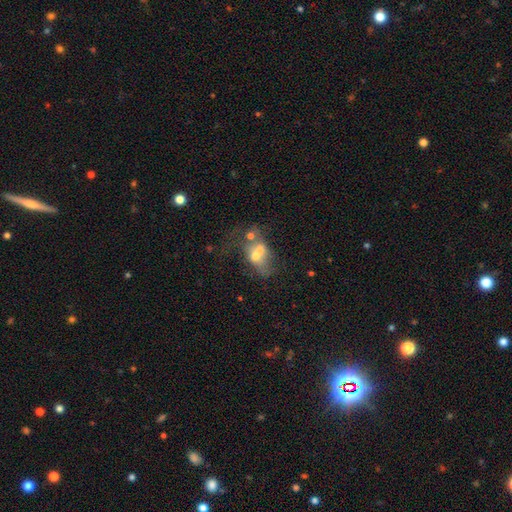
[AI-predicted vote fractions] smooth-or-featured: featured or disk: 45% | smooth: 42% | star or artifact: 13%
  merging: merger: 61% | none: 17% | major disturbance: 13% | minor disturbance: 9%